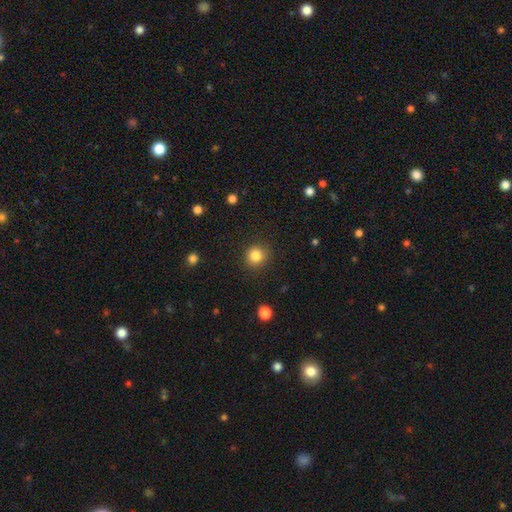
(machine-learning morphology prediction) smooth 84%, star or artifact 11%, featured or disk 5%. Down the decision tree: how rounded — round (90%); merging — none (88%).